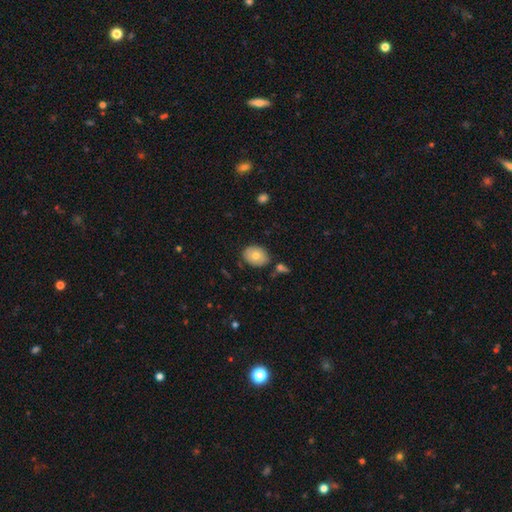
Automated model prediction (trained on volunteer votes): smooth 75%, featured or disk 17%, star or artifact 8%. Down the decision tree: how rounded — in between (69%); merging — none (78%).